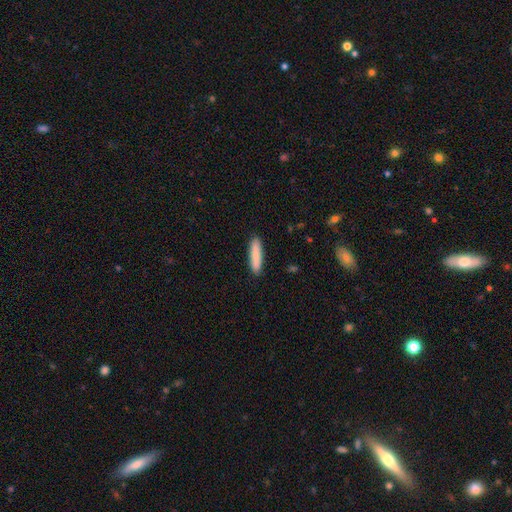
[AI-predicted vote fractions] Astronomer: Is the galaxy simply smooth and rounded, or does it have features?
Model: smooth — 86%.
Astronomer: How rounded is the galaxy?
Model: cigar-shaped — 76%.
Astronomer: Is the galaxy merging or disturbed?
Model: none — 90%.